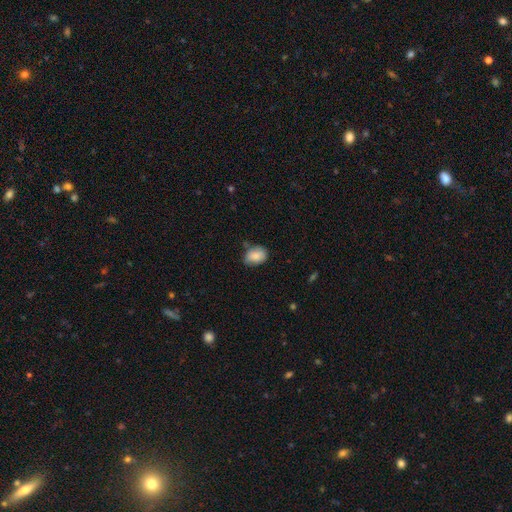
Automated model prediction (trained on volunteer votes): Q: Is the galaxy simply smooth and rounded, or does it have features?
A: smooth — 85%.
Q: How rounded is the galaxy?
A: in between — 74%.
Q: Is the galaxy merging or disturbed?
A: none — 64%.